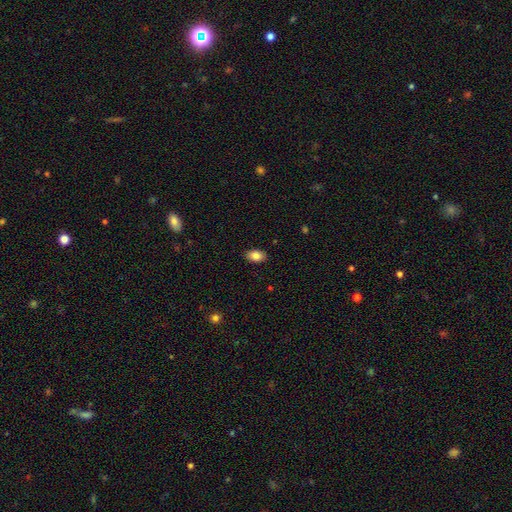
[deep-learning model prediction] smooth 85%, star or artifact 8%, featured or disk 7%. Down the decision tree: how rounded — in between (89%); merging — none (88%).